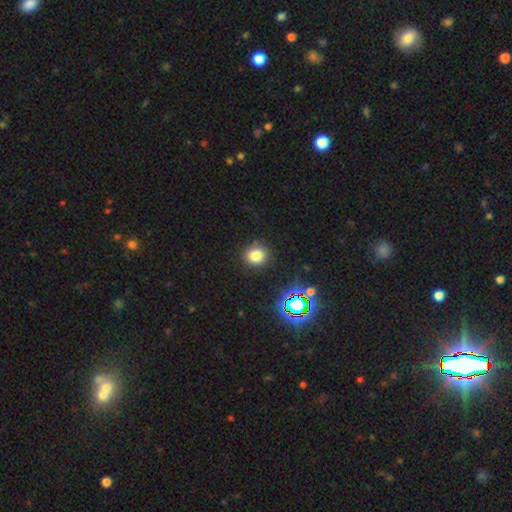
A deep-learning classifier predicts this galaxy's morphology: The model was most divided on "smooth or featured": smooth: 78%, star or artifact: 17%, featured or disk: 6%. More confident: merging — none (86%); how rounded — round (83%).